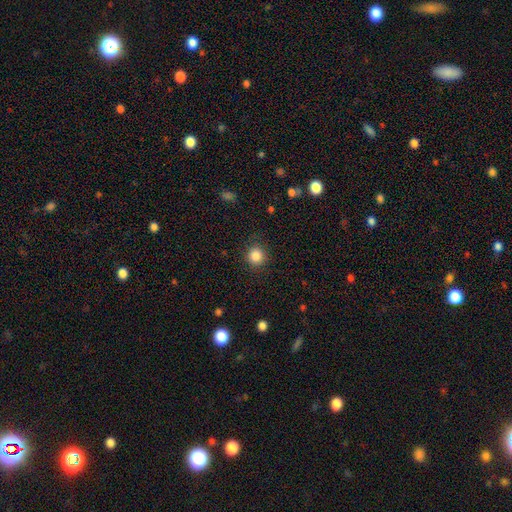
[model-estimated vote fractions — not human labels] Smooth or featured? smooth (86%)
How rounded? round (90%)
Merging? none (87%)